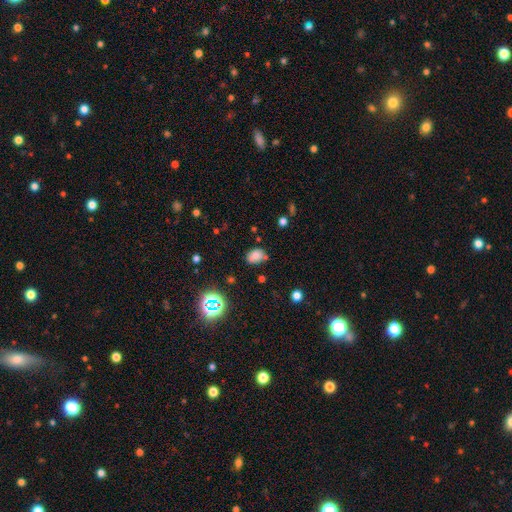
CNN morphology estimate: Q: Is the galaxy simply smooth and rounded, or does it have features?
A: smooth — 72%.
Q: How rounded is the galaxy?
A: in between — 72%.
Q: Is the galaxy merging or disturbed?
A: none — 66%.